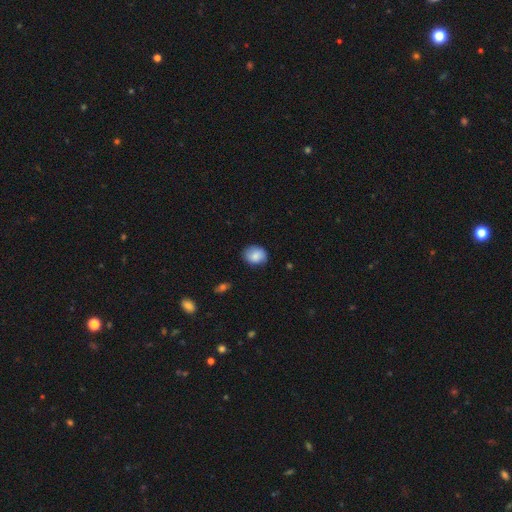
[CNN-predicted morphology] A smooth galaxy with no disk features (84%) that is round (57%).

Vote fractions:
- Smooth or featured? smooth: 84% / featured or disk: 8% / star or artifact: 8%
- How rounded? round: 57% / in between: 43% / cigar-shaped: 1%
- Merging? none: 80% / minor disturbance: 16% / major disturbance: 3% / merger: 1%